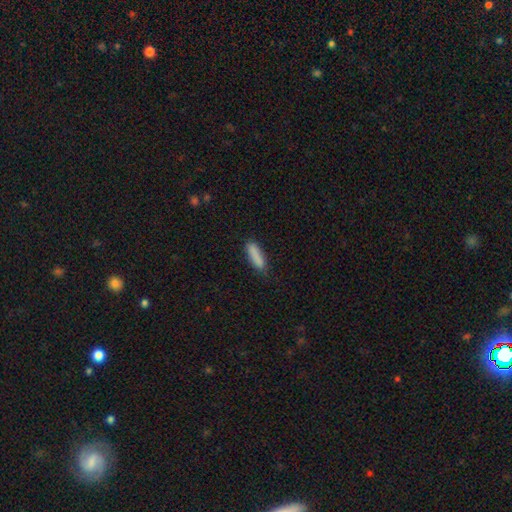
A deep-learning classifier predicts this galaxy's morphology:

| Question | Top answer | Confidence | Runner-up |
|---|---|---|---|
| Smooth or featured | smooth | 86% | star or artifact (7%) |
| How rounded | cigar-shaped | 62% | in between (36%) |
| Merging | none | 77% | minor disturbance (17%) |